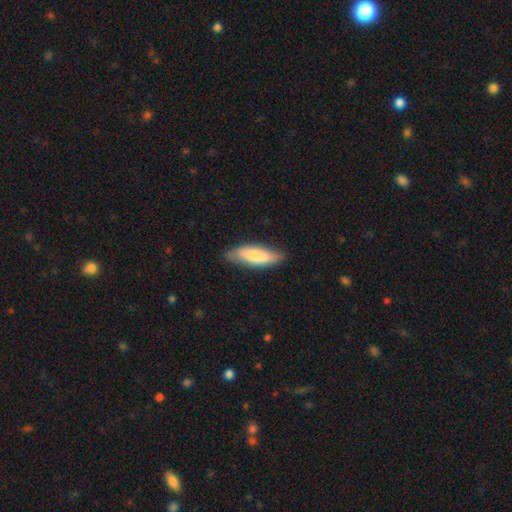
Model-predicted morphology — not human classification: Q: Smooth or featured?
A: smooth (77%); runner-up: featured or disk (18%)
Q: How rounded?
A: in between (54%); runner-up: cigar-shaped (45%)
Q: Merging?
A: none (81%); runner-up: minor disturbance (16%)